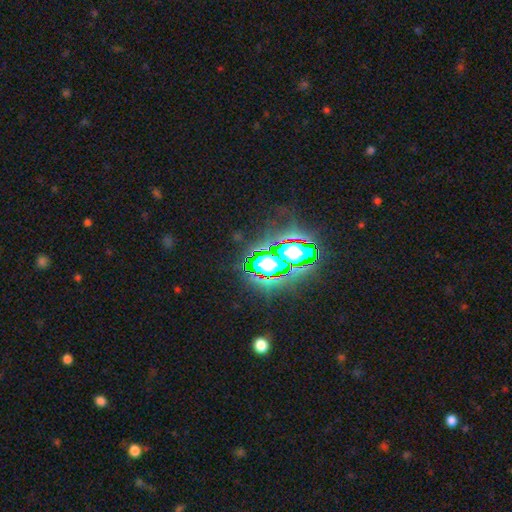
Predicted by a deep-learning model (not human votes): The model was most divided on "smooth or featured": star or artifact: 73%, featured or disk: 14%, smooth: 12%.